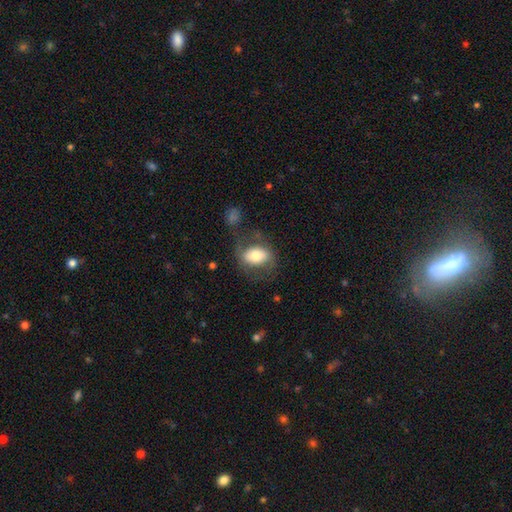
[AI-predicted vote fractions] smooth_or_featured: smooth (p=0.65) [alt: featured or disk p=0.28]
how_rounded: in between (p=0.79) [alt: round p=0.19]
merging: none (p=0.60) [alt: minor disturbance p=0.19]